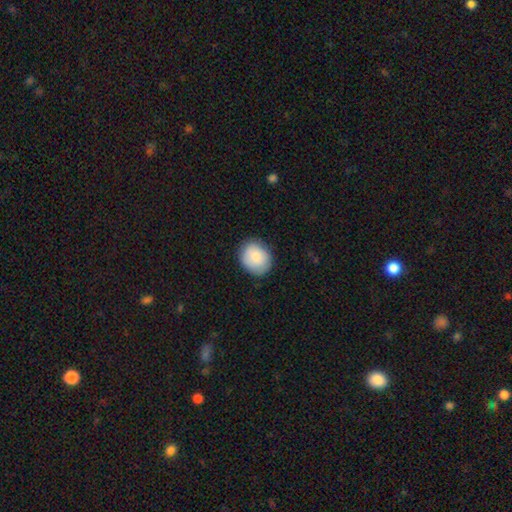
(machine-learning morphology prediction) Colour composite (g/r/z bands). It shows a smooth galaxy with no disk features (84%) that is round (66%). Merging: none (83%).